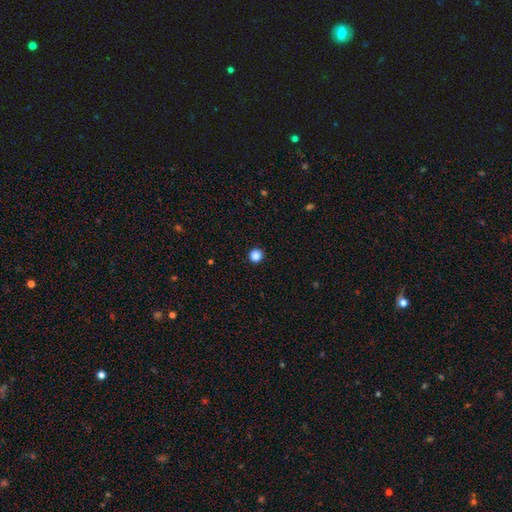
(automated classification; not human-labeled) Q: Smooth or featured?
A: smooth (86%); runner-up: star or artifact (11%)
Q: How rounded?
A: round (96%); runner-up: in between (3%)
Q: Merging?
A: none (94%); runner-up: minor disturbance (4%)